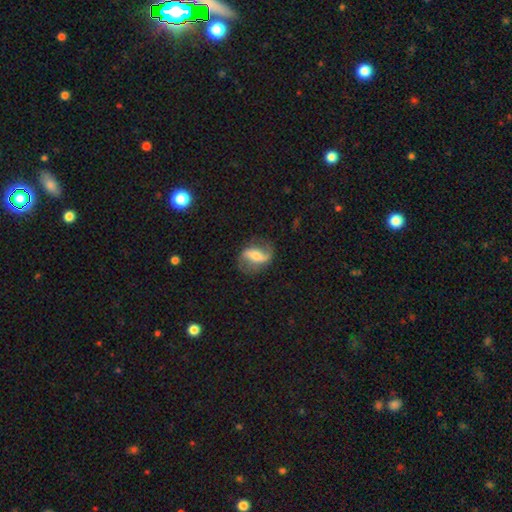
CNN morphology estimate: Q: Smooth or featured?
A: featured or disk (70%); runner-up: smooth (24%)
Q: Edge-on disk?
A: no (93%); runner-up: yes (7%)
Q: Bar?
A: strong (48%); runner-up: weak (31%)
Q: Spiral arms?
A: yes (84%); runner-up: no (16%)
Q: Spiral winding?
A: loose (62%); runner-up: medium (27%)
Q: Spiral arm count?
A: 2 (86%); runner-up: 1 (6%)
Q: Bulge size?
A: moderate (49%); runner-up: small (36%)
Q: Merging?
A: none (72%); runner-up: minor disturbance (17%)